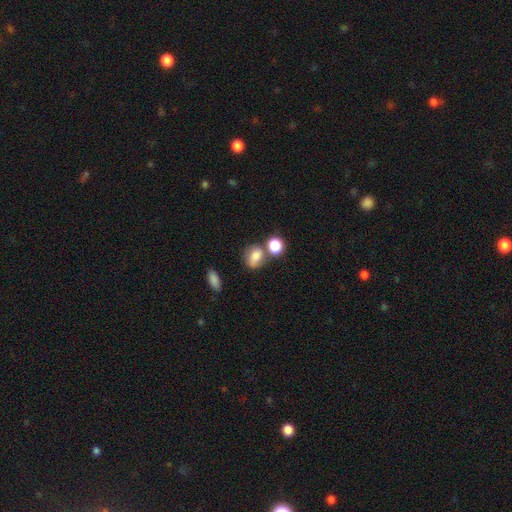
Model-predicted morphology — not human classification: The model was most divided on "how rounded": in between: 51%, round: 47%, cigar-shaped: 2%. Remaining: smooth or featured — smooth (79%); merging — none (50%).